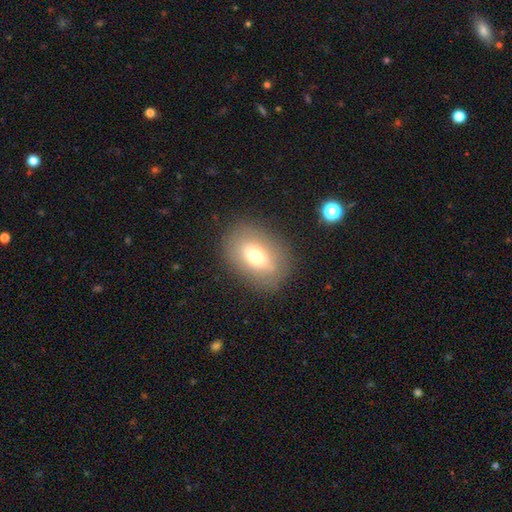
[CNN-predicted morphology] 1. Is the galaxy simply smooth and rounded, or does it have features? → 68% smooth, 21% featured or disk, 11% star or artifact.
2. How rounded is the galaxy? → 74% in between, 25% round, 2% cigar-shaped.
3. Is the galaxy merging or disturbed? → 83% none, 11% minor disturbance, 5% major disturbance, 1% merger.